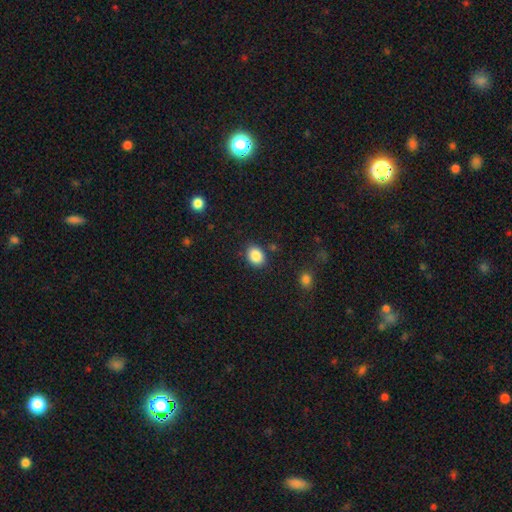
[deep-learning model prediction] The model was most divided on "how rounded": in between: 60%, round: 39%, cigar-shaped: 1%. More confident: smooth or featured — smooth (87%); merging — none (86%).